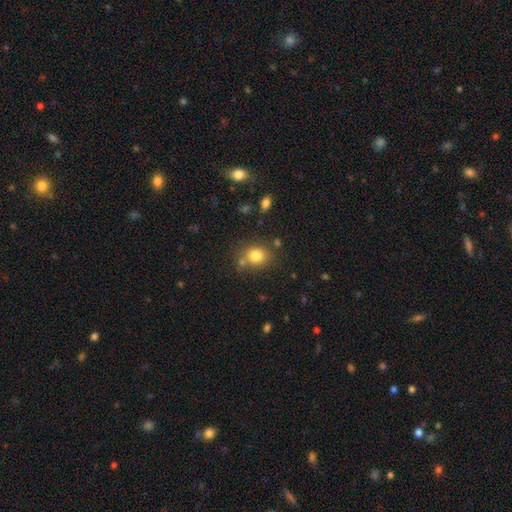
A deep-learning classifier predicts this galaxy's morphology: smooth-or-featured: smooth: 80% | star or artifact: 12% | featured or disk: 8%
  how-rounded: round: 70% | in between: 29% | cigar-shaped: 1%
  merging: none: 74% | minor disturbance: 11% | merger: 11% | major disturbance: 4%